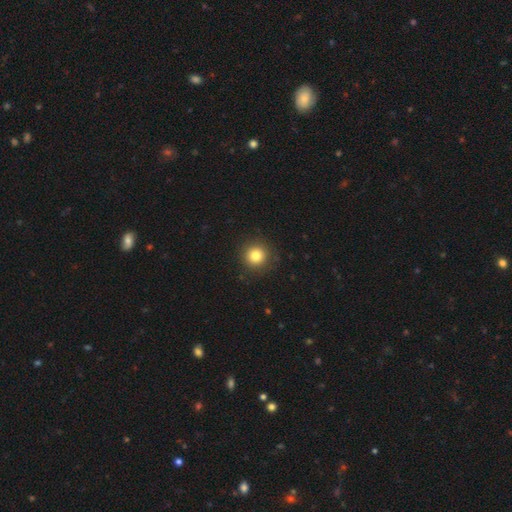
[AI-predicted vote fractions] Smooth or featured: smooth — 81% (star or artifact — 12%)
How rounded: round — 95% (in between — 4%)
Merging: none — 90% (minor disturbance — 6%)